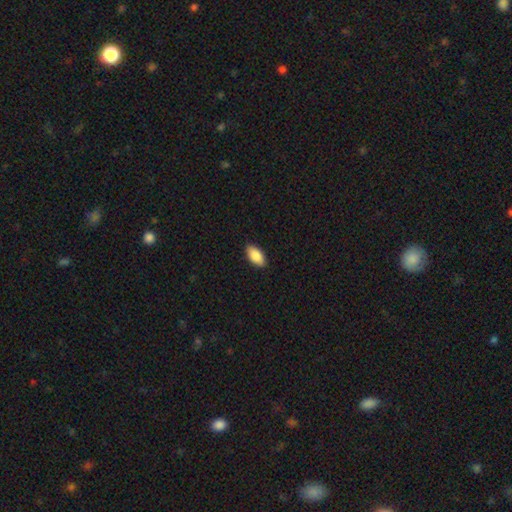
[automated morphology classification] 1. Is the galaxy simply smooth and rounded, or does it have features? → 88% smooth, 6% star or artifact, 6% featured or disk.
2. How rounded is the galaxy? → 93% in between, 5% cigar-shaped, 3% round.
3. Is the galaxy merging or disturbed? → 89% none, 8% minor disturbance, 2% major disturbance, 1% merger.